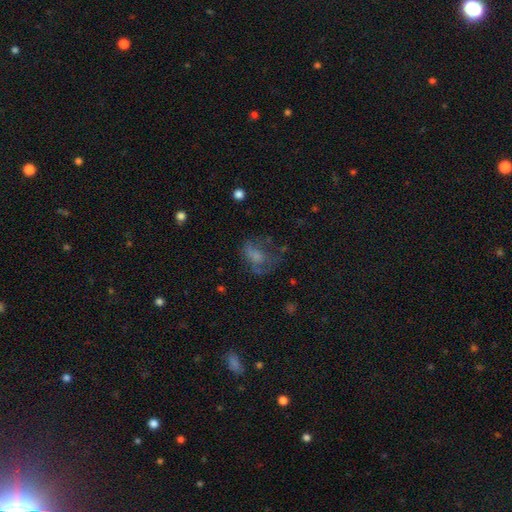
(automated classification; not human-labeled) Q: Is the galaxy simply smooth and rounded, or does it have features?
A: smooth — 51%.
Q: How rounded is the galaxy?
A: in between — 67%.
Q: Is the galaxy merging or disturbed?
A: major disturbance — 39%.